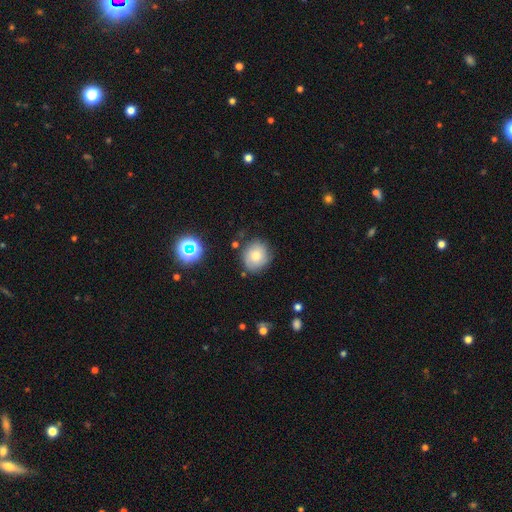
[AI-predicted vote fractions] Overall: smooth (74%). How rounded: round (80%). Merging: none (78%).